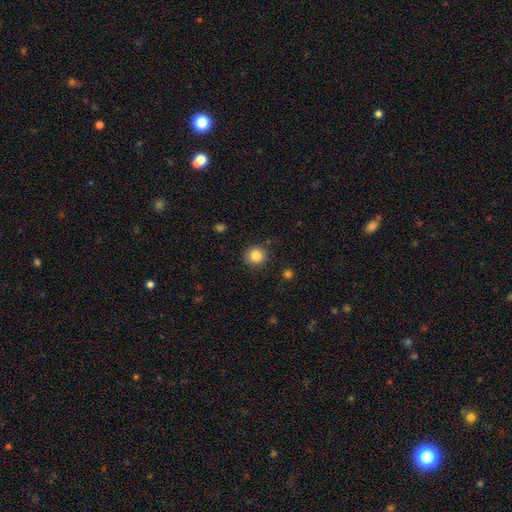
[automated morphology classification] smooth 85%, star or artifact 10%, featured or disk 4%. Down the decision tree: how rounded — round (93%); merging — none (88%).